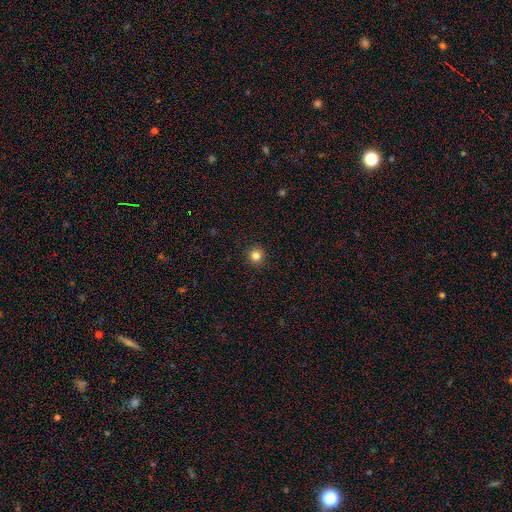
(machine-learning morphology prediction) A smooth galaxy with no disk features (82%) that is round (95%). Merging: none (92%).